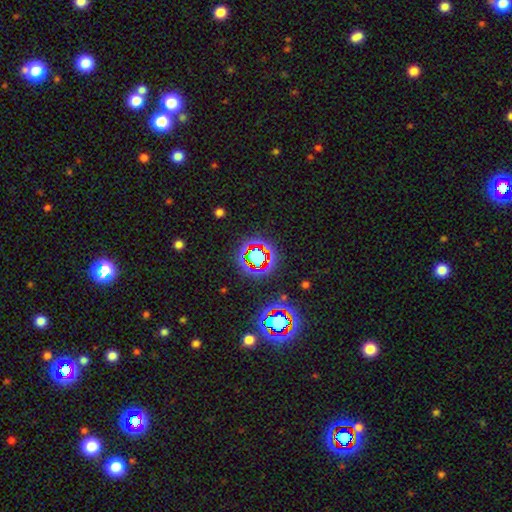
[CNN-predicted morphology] Smooth or featured?
  - star or artifact: 61% *
  - smooth: 25%
  - featured or disk: 14%